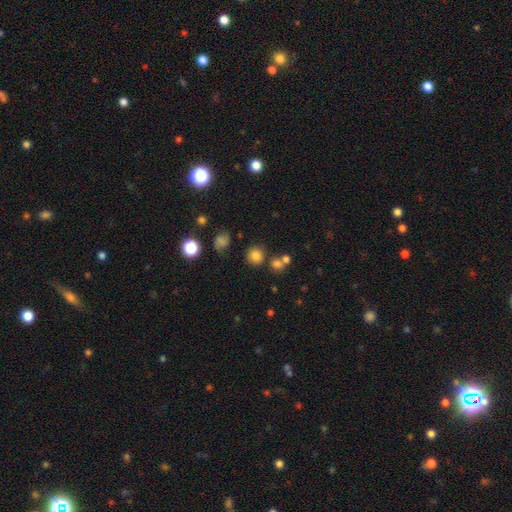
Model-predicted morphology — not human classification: This appears to be a smooth galaxy with no disk features (79%) that is round (89%). Merging: none (75%).